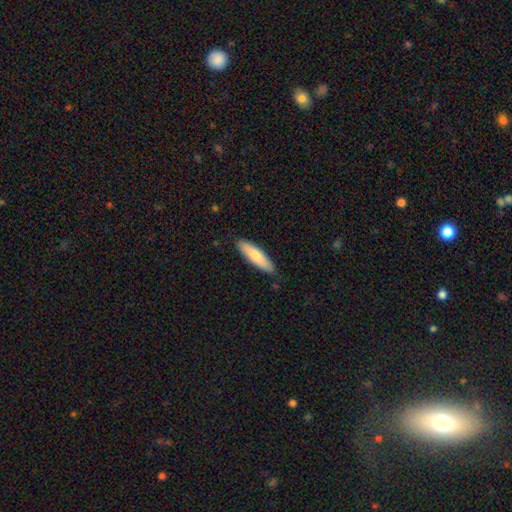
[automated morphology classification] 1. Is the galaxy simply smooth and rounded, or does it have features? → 76% smooth, 18% featured or disk, 5% star or artifact.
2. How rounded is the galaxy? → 61% cigar-shaped, 38% in between, 1% round.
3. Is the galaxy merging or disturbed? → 85% none, 12% minor disturbance, 2% major disturbance, 1% merger.